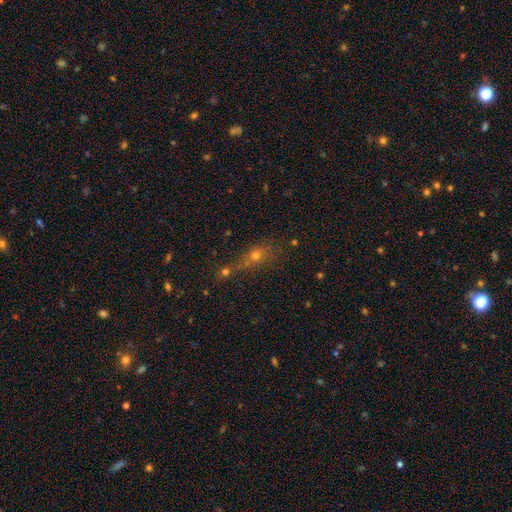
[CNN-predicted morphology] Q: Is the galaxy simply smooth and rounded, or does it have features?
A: smooth — 50%.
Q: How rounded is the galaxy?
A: round — 49%.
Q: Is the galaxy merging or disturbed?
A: none — 39%.